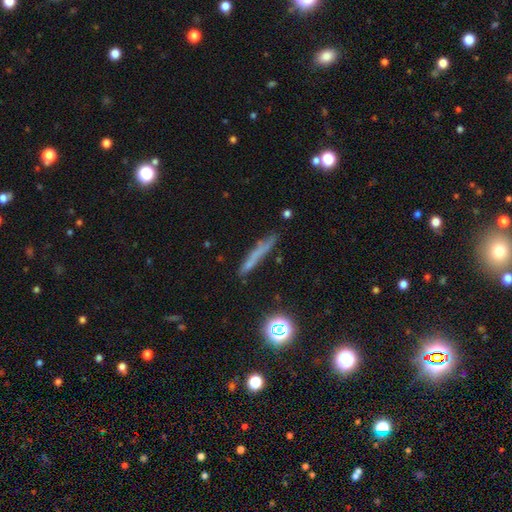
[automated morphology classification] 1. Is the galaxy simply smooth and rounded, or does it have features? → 56% smooth, 30% featured or disk, 14% star or artifact.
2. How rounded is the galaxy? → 93% cigar-shaped, 4% in between, 3% round.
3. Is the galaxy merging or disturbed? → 75% none, 17% minor disturbance, 5% major disturbance, 3% merger.